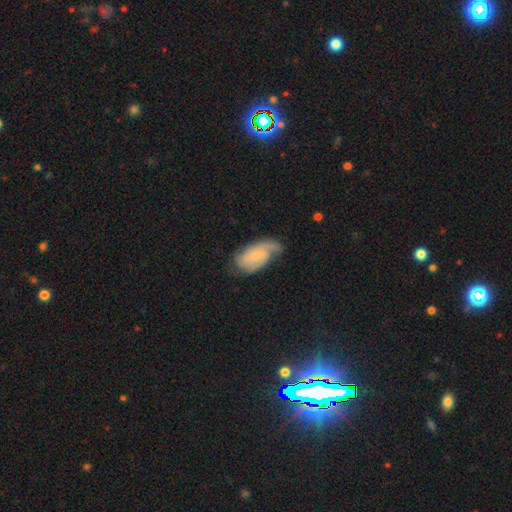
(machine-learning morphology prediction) smooth_or_featured: featured or disk (p=0.65) [alt: smooth p=0.28]
disk_edge_on: no (p=0.96) [alt: yes p=0.04]
bar: no (p=0.62) [alt: weak p=0.32]
has_spiral_arms: yes (p=0.92) [alt: no p=0.08]
spiral_winding: medium (p=0.40) [alt: tight p=0.36]
spiral_arm_count: 2 (p=0.49) [alt: 1 p=0.19]
bulge_size: small (p=0.65) [alt: moderate p=0.23]
merging: none (p=0.49) [alt: minor disturbance p=0.31]